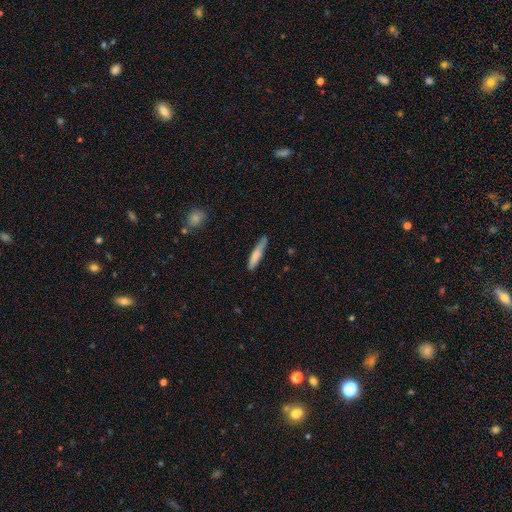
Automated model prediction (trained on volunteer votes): Smooth or featured: smooth — 75% (featured or disk — 19%)
How rounded: cigar-shaped — 86% (in between — 13%)
Merging: none — 69% (minor disturbance — 24%)